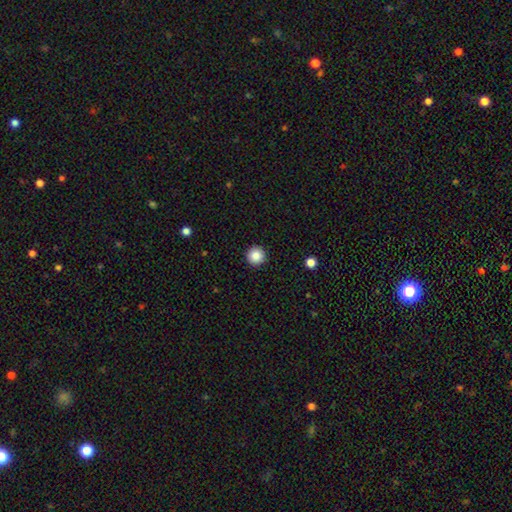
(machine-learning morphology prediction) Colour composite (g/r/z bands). It shows a smooth galaxy with no disk features (86%) that is round (96%). Merging: none (93%).